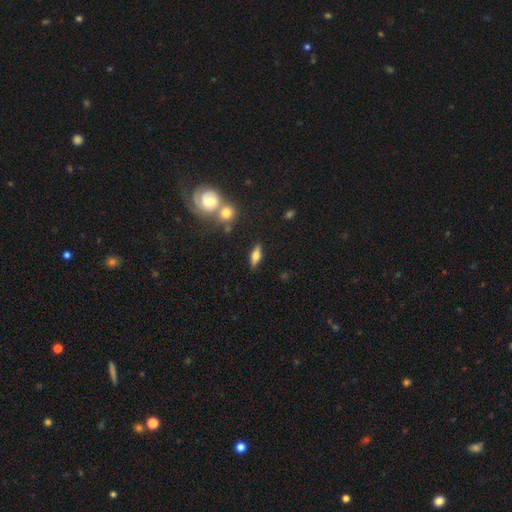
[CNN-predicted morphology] A smooth galaxy with no disk features (63%) that is in between round and cigar-shaped (65%).

Vote fractions:
- Smooth or featured? smooth: 63% / featured or disk: 28% / star or artifact: 9%
- How rounded? in between: 65% / cigar-shaped: 30% / round: 5%
- Merging? none: 81% / minor disturbance: 11% / merger: 5% / major disturbance: 3%